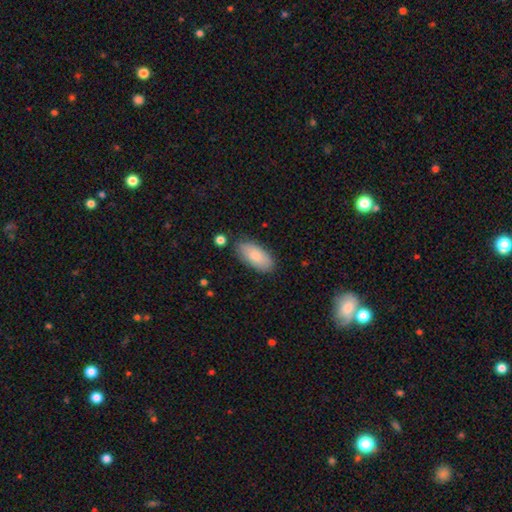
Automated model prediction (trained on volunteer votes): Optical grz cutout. It shows a smooth galaxy with no disk features (79%) that is in between round and cigar-shaped (92%). Merging: none (81%).